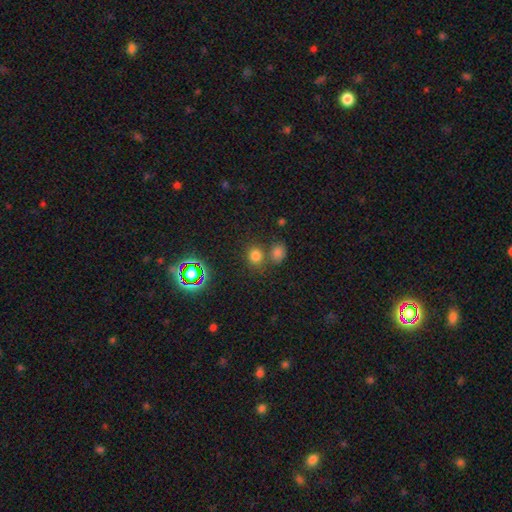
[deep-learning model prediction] Smooth or featured?
  - smooth: 73% *
  - star or artifact: 21%
  - featured or disk: 6%
How rounded?
  - round: 74% *
  - in between: 25%
  - cigar-shaped: 1%
Merging?
  - none: 64% *
  - merger: 24%
  - minor disturbance: 9%
  - major disturbance: 4%